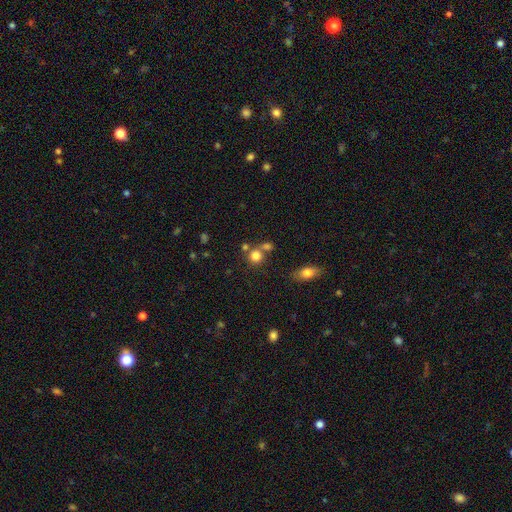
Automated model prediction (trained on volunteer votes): Smooth or featured: smooth — 80% (star or artifact — 13%)
How rounded: round — 87% (in between — 12%)
Merging: none — 59% (merger — 28%)